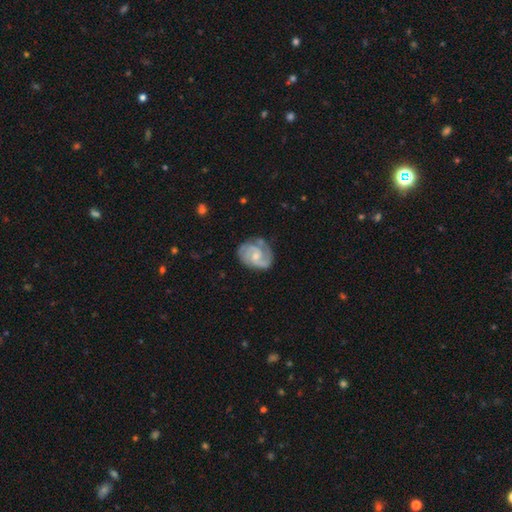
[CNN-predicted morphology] Smooth or featured?
  - featured or disk: 85% *
  - smooth: 11%
  - star or artifact: 5%
Edge-on disk?
  - no: 98% *
  - yes: 2%
Bar?
  - no: 53% *
  - weak: 40%
  - strong: 6%
Spiral arms?
  - yes: 96% *
  - no: 4%
Spiral winding?
  - medium: 46% *
  - tight: 41%
  - loose: 13%
Spiral arm count?
  - 2: 64% *
  - 3: 19%
  - can't tell: 9%
  - 1: 3%
  - 4: 3%
  - more than 4: 2%
Bulge size?
  - small: 55% *
  - moderate: 39%
  - none: 4%
  - large: 2%
  - dominant: 1%
Merging?
  - none: 69% *
  - minor disturbance: 21%
  - major disturbance: 7%
  - merger: 3%